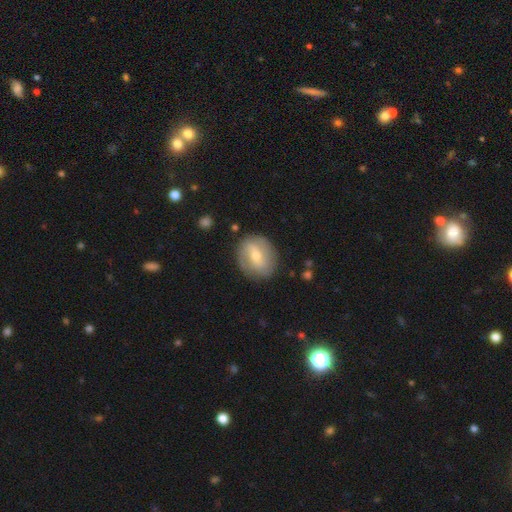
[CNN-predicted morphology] Overall: featured or disk (52%; smooth 41%). Edge-on disk: no (95%). Merging: none (81%).